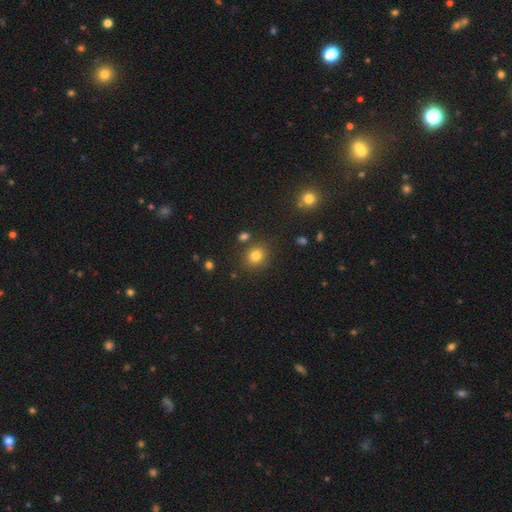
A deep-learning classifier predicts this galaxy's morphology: Smooth or featured? smooth (79%)
How rounded? round (78%)
Merging? none (81%)